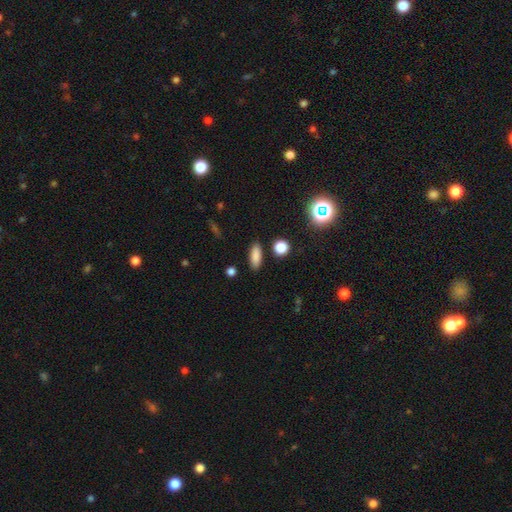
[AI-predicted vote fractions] The model was most divided on "how rounded": in between: 68%, cigar-shaped: 27%, round: 5%. More confident: merging — none (88%); smooth or featured — smooth (84%).